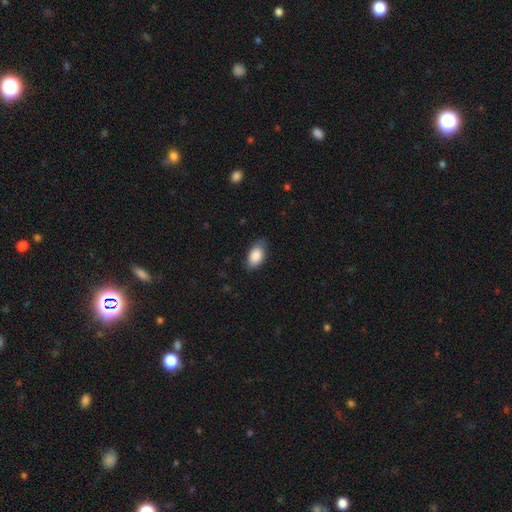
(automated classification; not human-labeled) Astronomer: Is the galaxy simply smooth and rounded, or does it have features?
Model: smooth — 87%.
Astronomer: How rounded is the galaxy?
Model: in between — 93%.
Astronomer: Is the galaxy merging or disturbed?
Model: none — 77%.